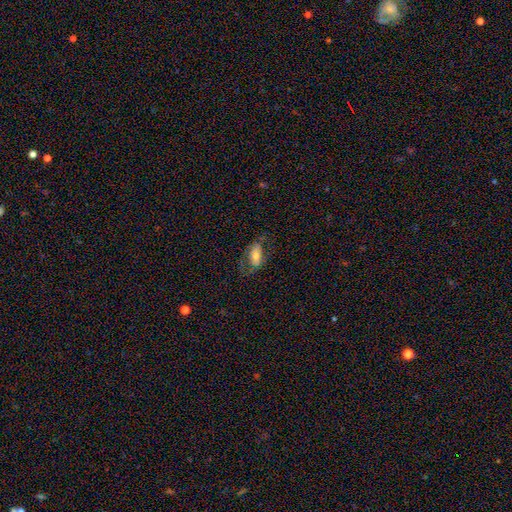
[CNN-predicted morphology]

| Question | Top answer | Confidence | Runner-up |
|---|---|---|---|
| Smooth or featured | smooth | 52% | featured or disk (39%) |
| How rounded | in between | 87% | cigar-shaped (7%) |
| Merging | none | 57% | minor disturbance (22%) |